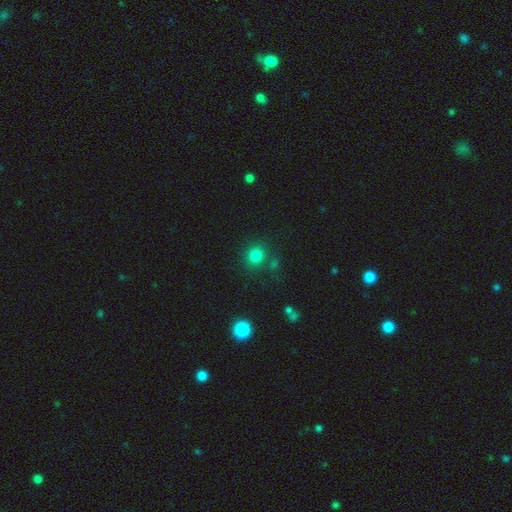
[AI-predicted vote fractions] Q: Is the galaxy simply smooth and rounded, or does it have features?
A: smooth — 80%.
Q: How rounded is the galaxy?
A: round — 86%.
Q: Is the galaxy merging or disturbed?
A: none — 77%.